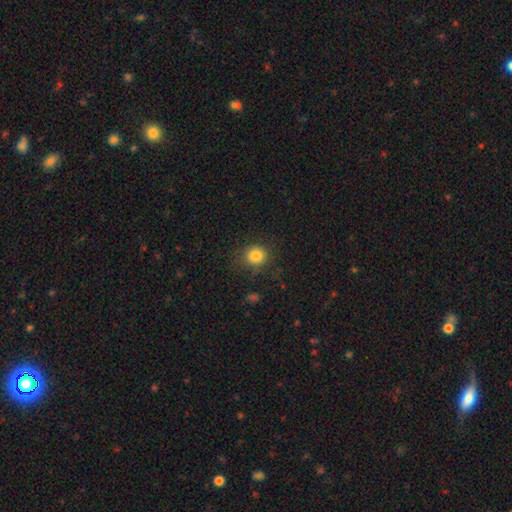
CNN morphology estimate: Overall: smooth (83%). How rounded: round (86%). Merging: none (80%).